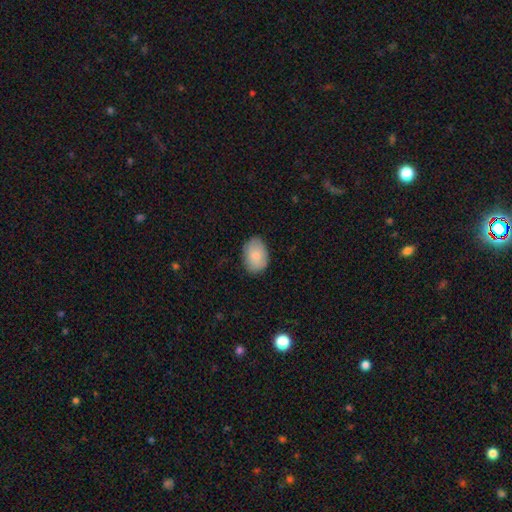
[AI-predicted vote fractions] Morphology: type=smooth (84%); roundness=in between (82%); merging=none (81%).